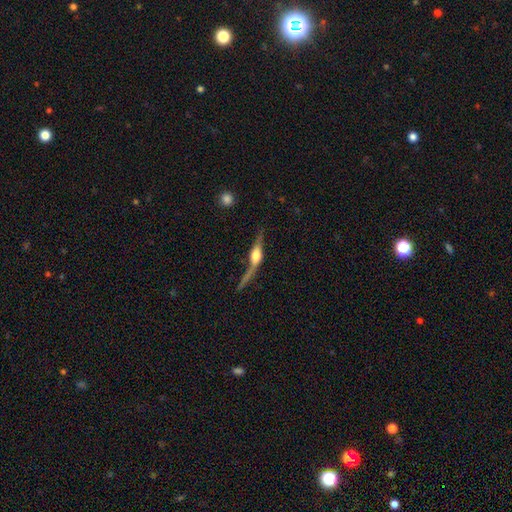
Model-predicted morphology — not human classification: This is likely a featured or disk galaxy (76%). It is clearly viewed edge-on (88%). Edge-on bulge: clearly rounded (91%). Merging: possibly none (58%).